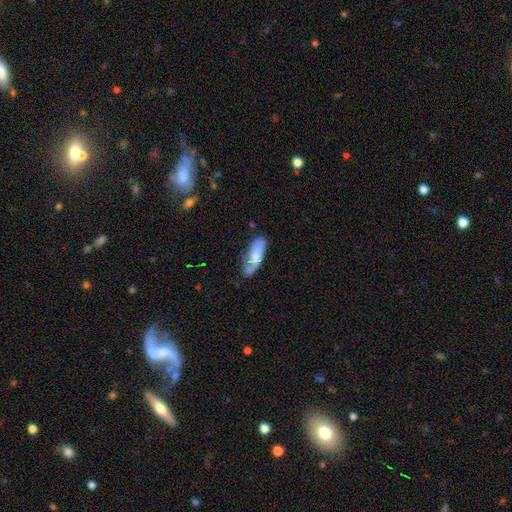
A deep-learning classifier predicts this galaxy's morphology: Overall: smooth (64%; featured or disk 30%). How rounded: in between (60%; cigar-shaped 39%). Merging: none (60%; minor disturbance 28%).